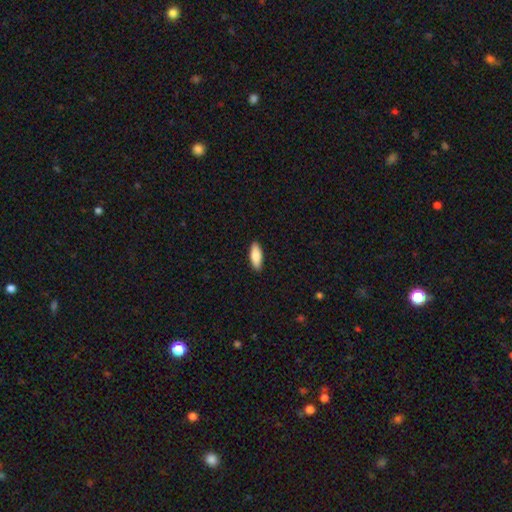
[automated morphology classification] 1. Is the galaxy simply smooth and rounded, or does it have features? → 87% smooth, 8% featured or disk, 6% star or artifact.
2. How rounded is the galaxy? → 73% in between, 26% cigar-shaped, 2% round.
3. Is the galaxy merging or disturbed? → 89% none, 8% minor disturbance, 2% major disturbance, 1% merger.